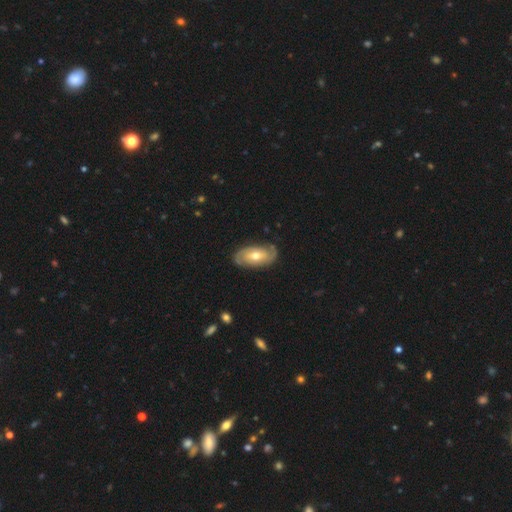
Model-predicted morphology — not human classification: Q: Smooth or featured?
A: featured or disk (76%); runner-up: smooth (19%)
Q: Edge-on disk?
A: no (94%); runner-up: yes (6%)
Q: Bar?
A: no (56%); runner-up: weak (34%)
Q: Spiral arms?
A: yes (90%); runner-up: no (10%)
Q: Spiral winding?
A: tight (50%); runner-up: medium (35%)
Q: Spiral arm count?
A: 2 (78%); runner-up: can't tell (13%)
Q: Bulge size?
A: moderate (73%); runner-up: small (21%)
Q: Merging?
A: none (81%); runner-up: minor disturbance (14%)